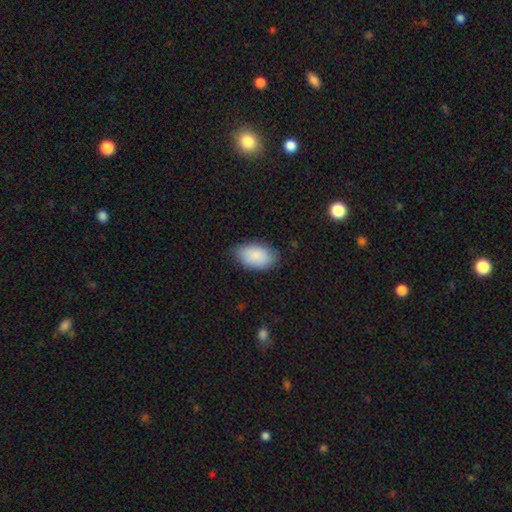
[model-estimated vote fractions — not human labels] Smooth or featured: smooth — 88% (star or artifact — 6%)
How rounded: in between — 93% (round — 5%)
Merging: none — 80% (minor disturbance — 16%)